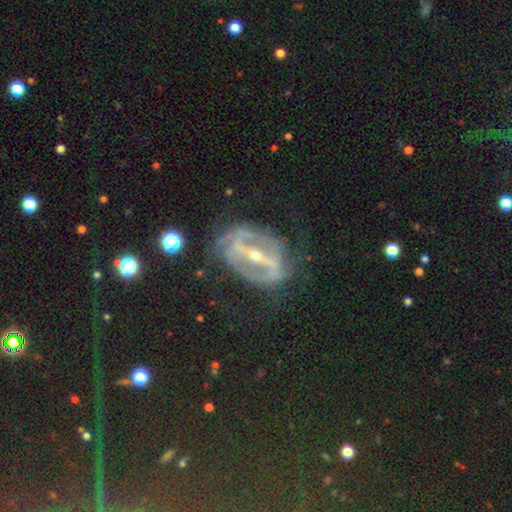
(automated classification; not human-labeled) This appears to be a featured or disk galaxy (87%) with a strong bar (82%), 2 (64%) medium (40%) spiral arms (74%) and a small central bulge (63%). Merging: none (58%).